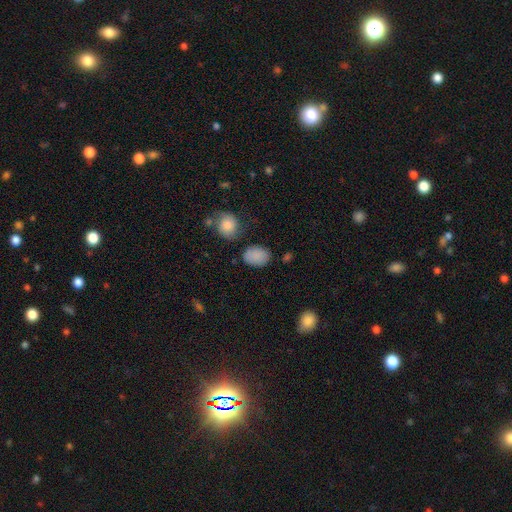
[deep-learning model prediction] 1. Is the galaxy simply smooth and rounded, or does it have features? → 86% smooth, 8% star or artifact, 6% featured or disk.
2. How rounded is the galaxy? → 73% in between, 25% round, 1% cigar-shaped.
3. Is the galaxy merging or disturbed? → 76% none, 15% minor disturbance, 4% merger, 4% major disturbance.